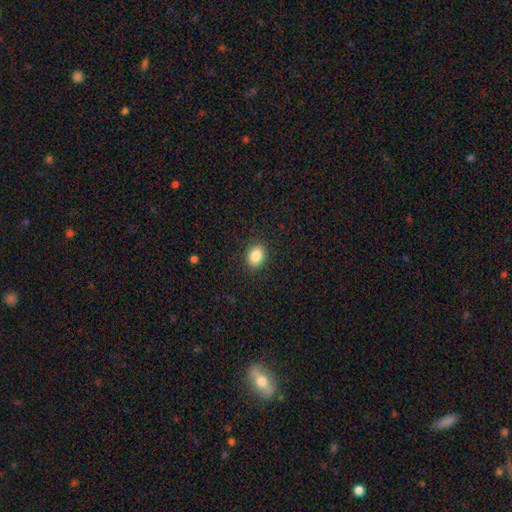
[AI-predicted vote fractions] smooth 86%, star or artifact 9%, featured or disk 5%. Down the decision tree: how rounded — in between (69%); merging — none (89%).